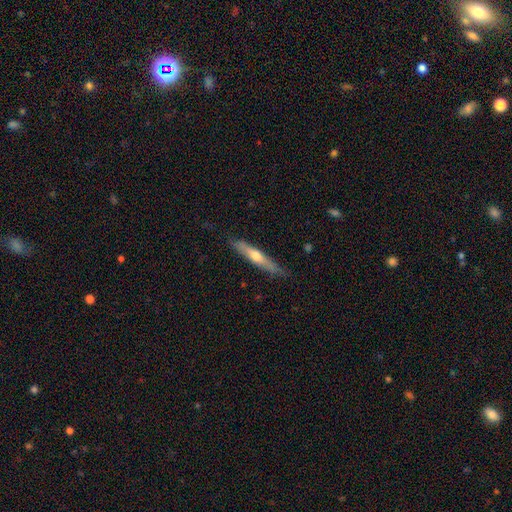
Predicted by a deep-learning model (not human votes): Smooth or featured? Predicted: featured or disk (p=0.51). Edge-on disk? Predicted: yes (p=0.90). Merging? Predicted: none (p=0.82).